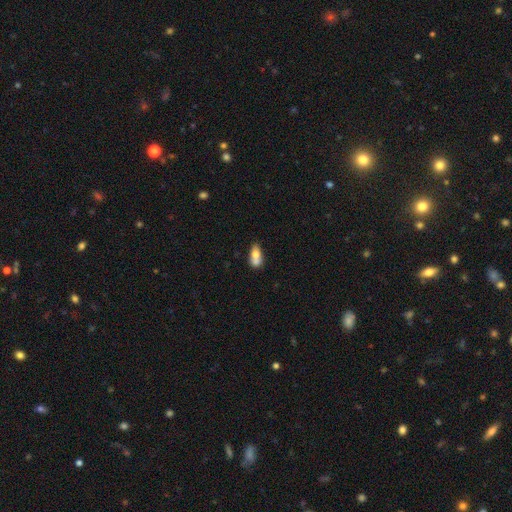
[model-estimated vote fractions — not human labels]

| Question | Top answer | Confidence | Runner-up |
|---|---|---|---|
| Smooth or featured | smooth | 68% | featured or disk (23%) |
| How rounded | in between | 81% | cigar-shaped (11%) |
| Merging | merger | 40% | none (36%) |